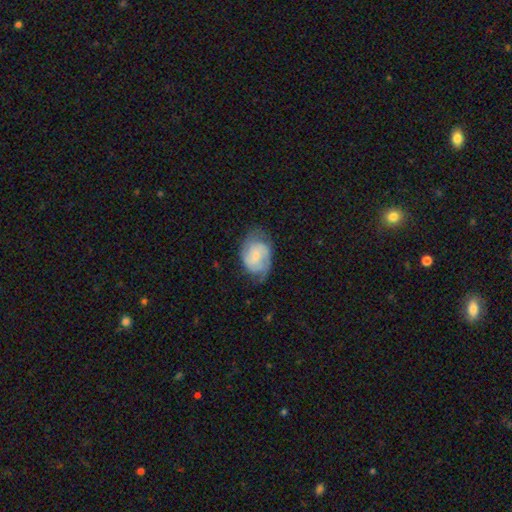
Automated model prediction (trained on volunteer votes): A featured or disk galaxy (60%) with no bar (53%), 2 (61%) medium (45%) spiral arms (89%) and a small central bulge (51%). Merging: none (56%).